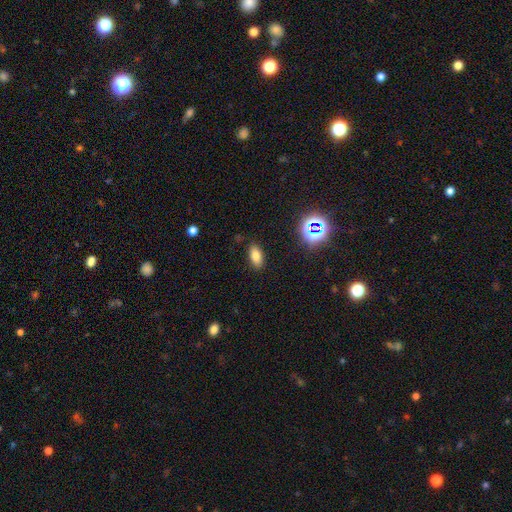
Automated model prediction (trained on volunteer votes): smooth 76%, star or artifact 14%, featured or disk 10%. Down the decision tree: how rounded — in between (87%); merging — none (87%).